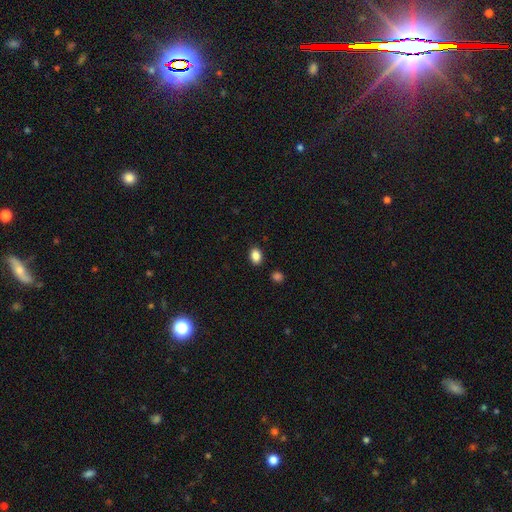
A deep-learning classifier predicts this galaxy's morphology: smooth_or_featured: smooth (p=0.87) [alt: star or artifact p=0.09]
how_rounded: in between (p=0.77) [alt: round p=0.22]
merging: none (p=0.88) [alt: minor disturbance p=0.08]